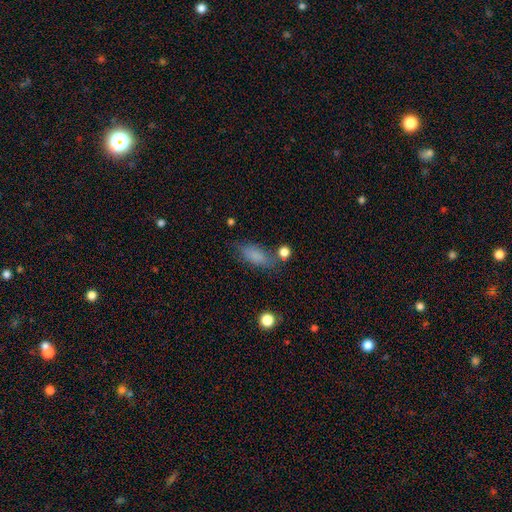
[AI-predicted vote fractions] Morphology: type=smooth (82%); roundness=in between (79%); merging=none (67%).